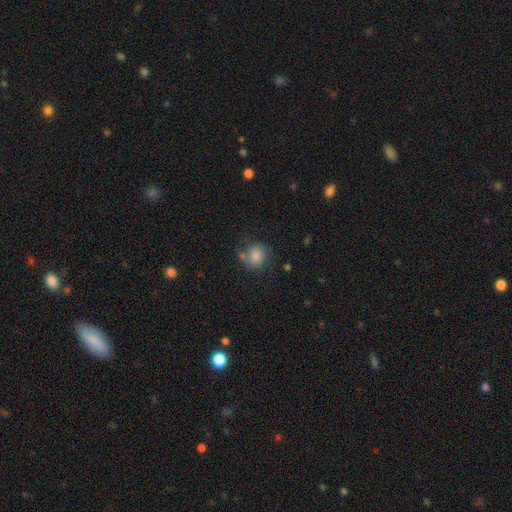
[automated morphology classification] A smooth galaxy with no disk features (60%) that is round (75%). Merging: none (62%).